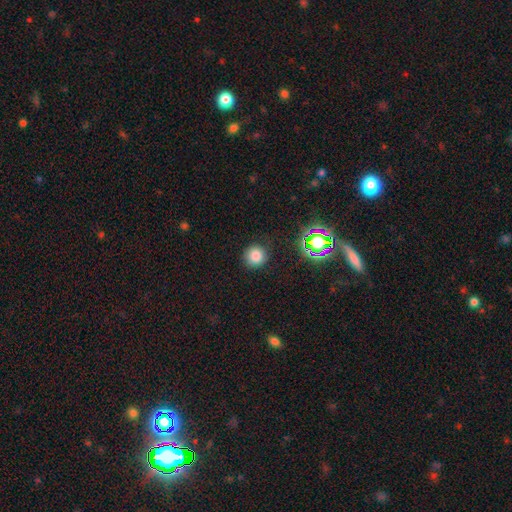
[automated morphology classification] smooth-or-featured: smooth: 78% | star or artifact: 17% | featured or disk: 5%
  how-rounded: round: 93% | in between: 6% | cigar-shaped: 1%
  merging: none: 88% | minor disturbance: 8% | major disturbance: 3% | merger: 1%